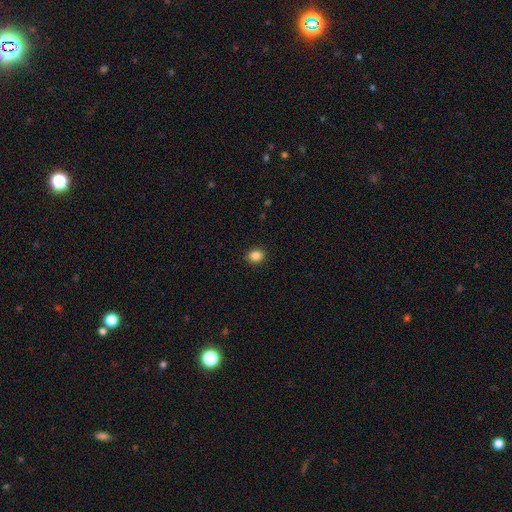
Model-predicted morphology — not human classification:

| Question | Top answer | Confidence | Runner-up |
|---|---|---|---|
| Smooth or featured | smooth | 86% | star or artifact (10%) |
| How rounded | round | 67% | in between (32%) |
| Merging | none | 91% | minor disturbance (6%) |